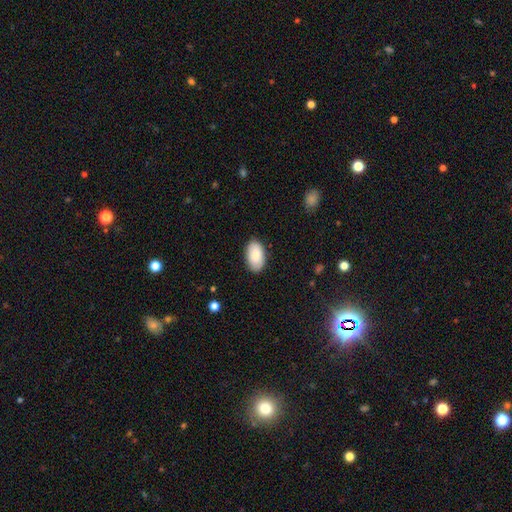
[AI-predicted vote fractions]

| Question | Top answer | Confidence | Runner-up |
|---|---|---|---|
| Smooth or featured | smooth | 87% | featured or disk (7%) |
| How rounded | in between | 95% | round (4%) |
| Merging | none | 87% | minor disturbance (10%) |